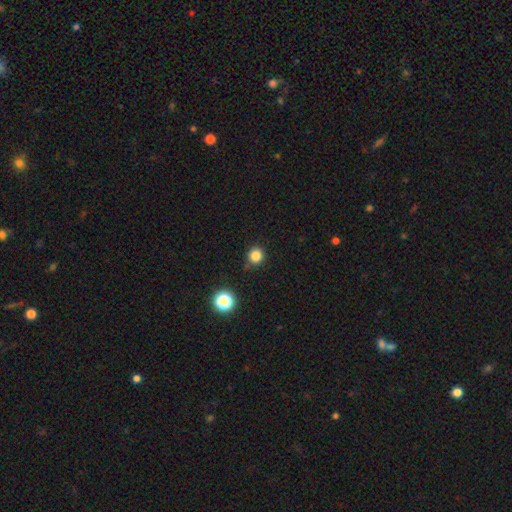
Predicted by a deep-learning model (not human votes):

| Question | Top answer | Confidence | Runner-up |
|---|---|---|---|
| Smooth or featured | smooth | 83% | star or artifact (14%) |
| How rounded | round | 93% | in between (6%) |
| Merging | none | 83% | minor disturbance (12%) |